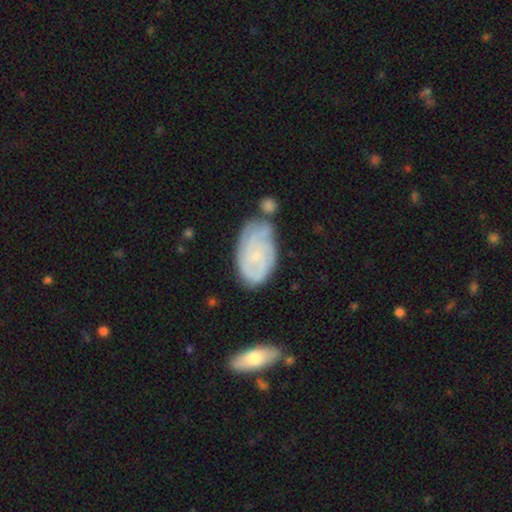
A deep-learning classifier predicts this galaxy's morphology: The model was most divided on "spiral arm count": can't tell: 43%, 3: 19%, 2: 19%, 4: 11%, more than 4: 4%, 1: 4%. More confident: edge-on disk — no (96%); spiral arms — yes (89%); bulge size — small (79%); bar — no (75%); smooth or featured — featured or disk (71%); spiral winding — tight (70%); merging — none (52%).